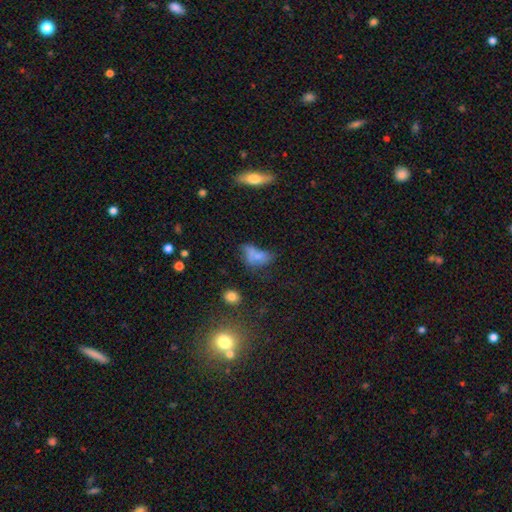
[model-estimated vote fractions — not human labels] Smooth or featured: smooth — 61% (featured or disk — 21%)
How rounded: in between — 84% (round — 11%)
Merging: none — 28% (major disturbance — 27%)